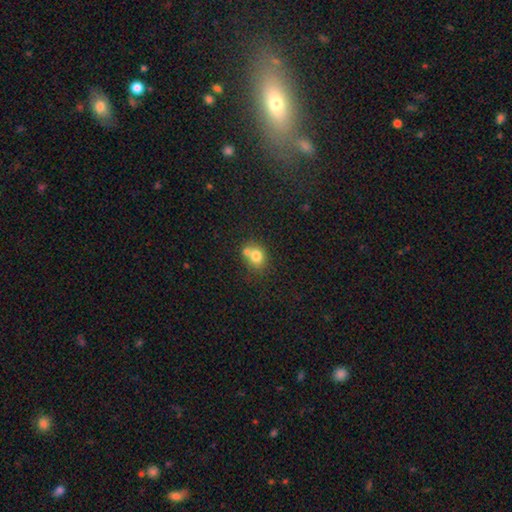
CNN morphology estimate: The model was most divided on "merging" (2-way tie): merger: 43%, none: 43%, minor disturbance: 11%, major disturbance: 4%. More confident: smooth or featured — smooth (76%); how rounded — round (67%).